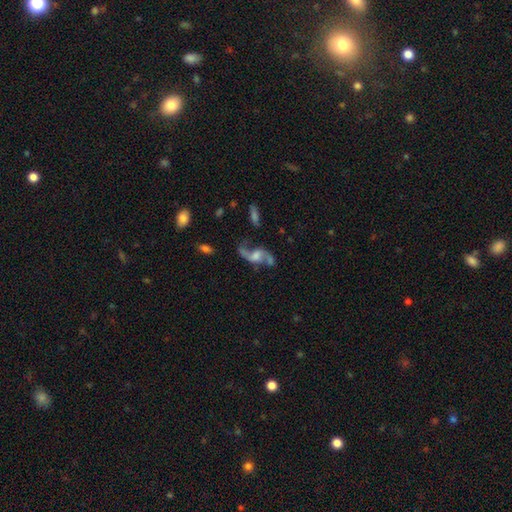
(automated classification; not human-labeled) A featured or disk galaxy (83%) with no bar (51%), 2 (92%) loose (81%) spiral arms (93%) and a moderate central bulge (35%). Merging: none (58%).